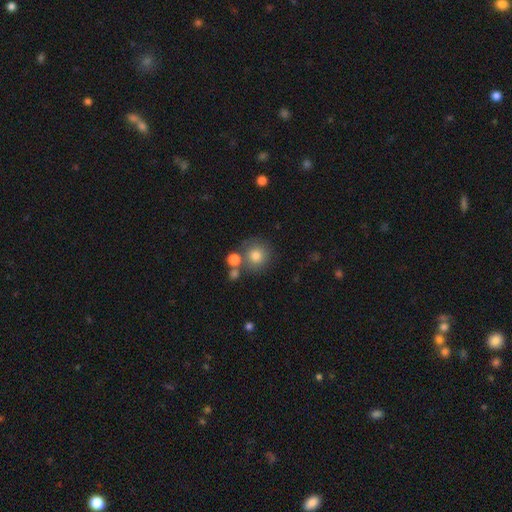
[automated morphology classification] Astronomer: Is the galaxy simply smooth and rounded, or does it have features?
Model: smooth — 78%.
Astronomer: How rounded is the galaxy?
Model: round — 91%.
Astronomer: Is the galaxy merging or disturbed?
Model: none — 66%.